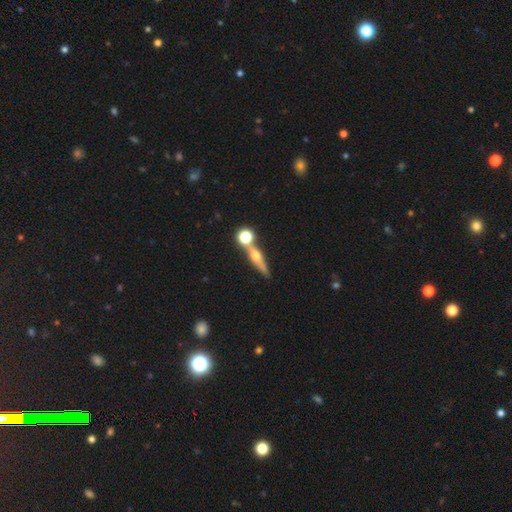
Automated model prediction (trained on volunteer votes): This appears to be a featured or disk galaxy (61%) viewed edge-on (91%) with a rounded central bulge (94%). Merging: none (66%).